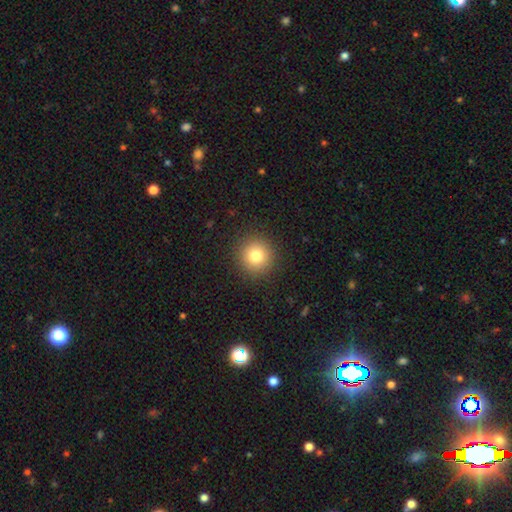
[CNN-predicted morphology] A smooth galaxy with no disk features (81%) that is round (95%).

Vote fractions:
- Smooth or featured? smooth: 81% / star or artifact: 11% / featured or disk: 8%
- How rounded? round: 95% / in between: 4% / cigar-shaped: 1%
- Merging? none: 91% / minor disturbance: 5% / major disturbance: 2% / merger: 1%